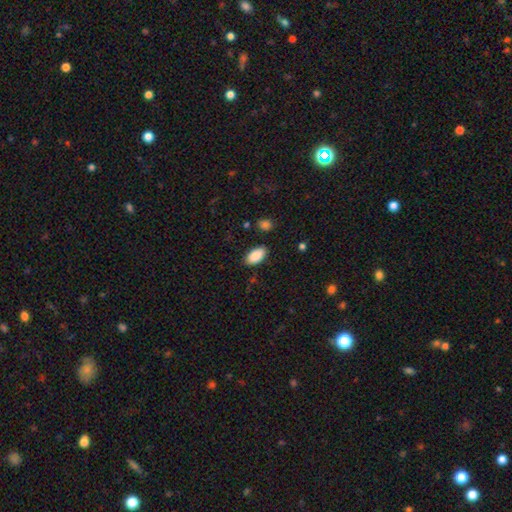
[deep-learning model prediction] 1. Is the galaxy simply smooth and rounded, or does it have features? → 89% smooth, 6% star or artifact, 5% featured or disk.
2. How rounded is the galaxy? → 94% in between, 4% cigar-shaped, 3% round.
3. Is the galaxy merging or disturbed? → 86% none, 10% minor disturbance, 3% major disturbance, 2% merger.